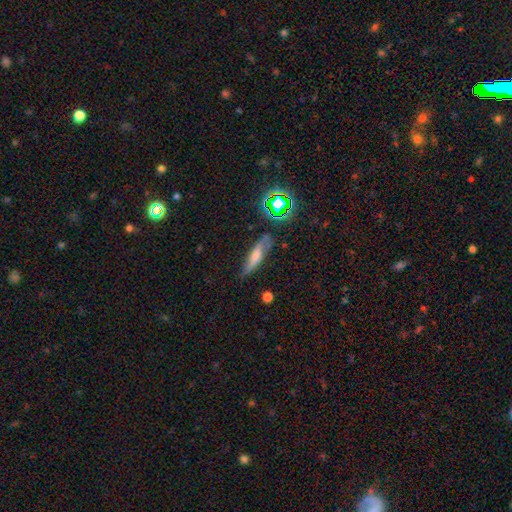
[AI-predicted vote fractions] Overall: smooth (48%; featured or disk 36%). Merging: none (68%).